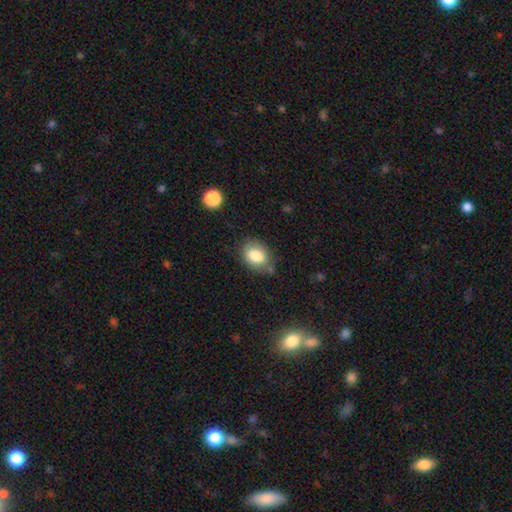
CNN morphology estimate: Smooth or featured? Predicted: smooth (p=0.82). How rounded? Predicted: in between (p=0.69). Merging? Predicted: none (p=0.70).